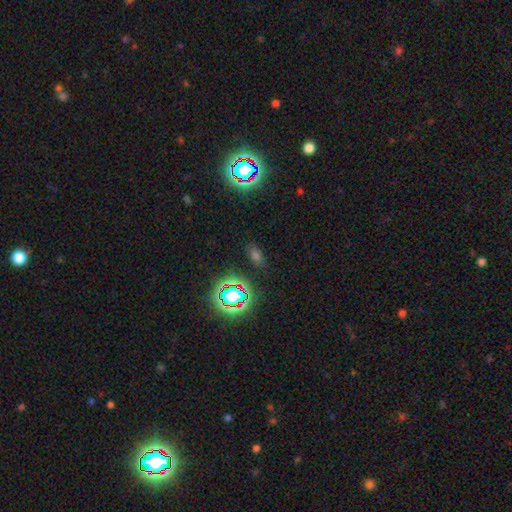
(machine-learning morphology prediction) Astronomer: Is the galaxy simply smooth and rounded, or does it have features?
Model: smooth — 46% (runner-up: star or artifact, 43%).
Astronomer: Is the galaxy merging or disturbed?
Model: none — 83%.